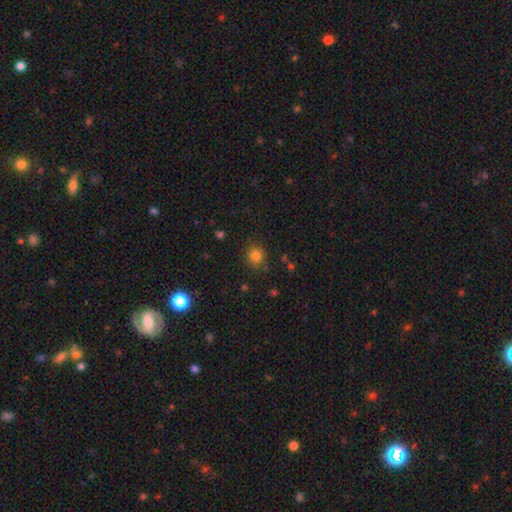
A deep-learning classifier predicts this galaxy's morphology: The model was most divided on "smooth or featured": smooth: 80%, star or artifact: 14%, featured or disk: 5%. More confident: how rounded — round (89%); merging — none (86%).